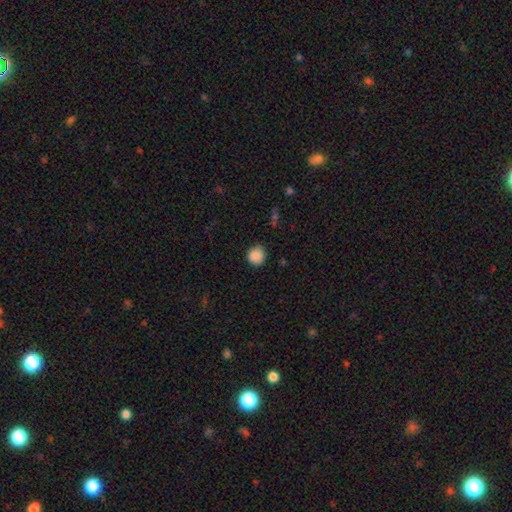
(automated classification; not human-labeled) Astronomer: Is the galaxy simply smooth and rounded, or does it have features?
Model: smooth — 88%.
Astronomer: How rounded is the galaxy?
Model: round — 88%.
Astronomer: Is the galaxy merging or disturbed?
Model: none — 85%.